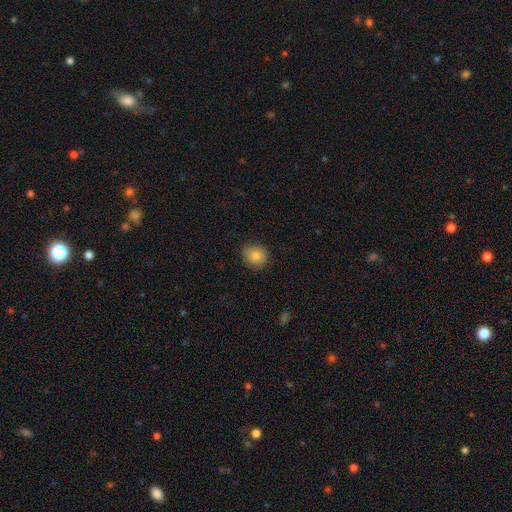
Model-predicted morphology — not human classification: A smooth galaxy with no disk features (81%) that is round (80%).

Vote fractions:
- Smooth or featured? smooth: 81% / star or artifact: 10% / featured or disk: 9%
- How rounded? round: 80% / in between: 19% / cigar-shaped: 1%
- Merging? none: 84% / minor disturbance: 13% / major disturbance: 2% / merger: 1%